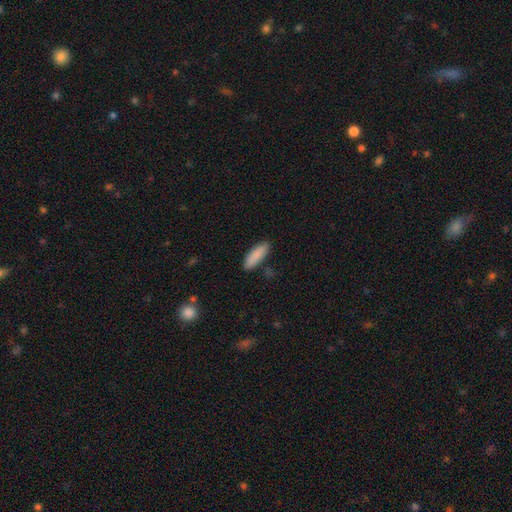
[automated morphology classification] smooth-or-featured: smooth: 87% | featured or disk: 7% | star or artifact: 6%
  how-rounded: in between: 58% | cigar-shaped: 40% | round: 2%
  merging: none: 85% | minor disturbance: 10% | merger: 2% | major disturbance: 2%